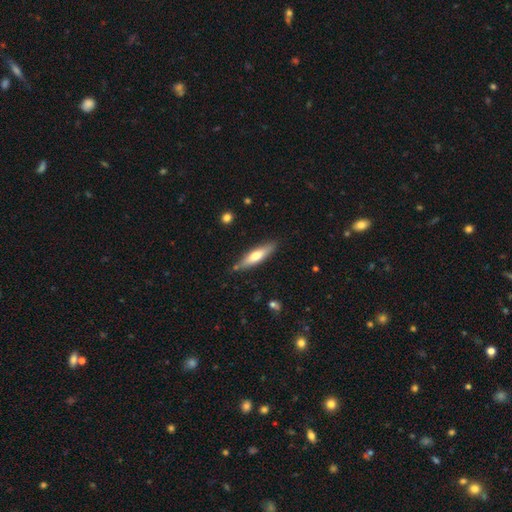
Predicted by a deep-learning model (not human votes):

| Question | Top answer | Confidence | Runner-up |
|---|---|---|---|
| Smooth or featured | smooth | 56% | featured or disk (38%) |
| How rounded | cigar-shaped | 74% | in between (24%) |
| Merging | none | 82% | minor disturbance (13%) |